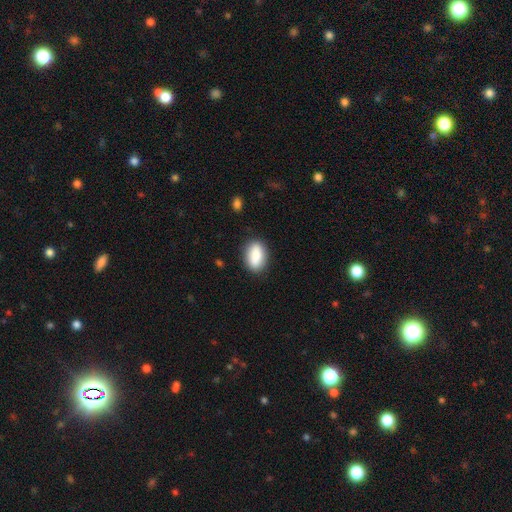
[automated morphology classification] Smooth or featured: smooth — 84% (featured or disk — 9%)
How rounded: in between — 88% (round — 9%)
Merging: none — 85% (minor disturbance — 11%)